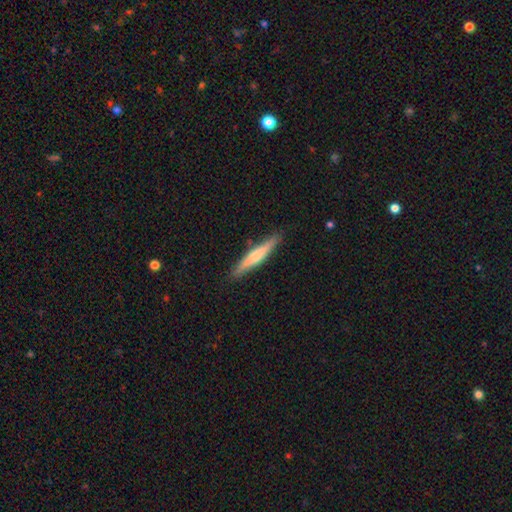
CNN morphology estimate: smooth 53%, featured or disk 42%, star or artifact 6%. Down the decision tree: how rounded — cigar-shaped (93%); merging — none (87%).